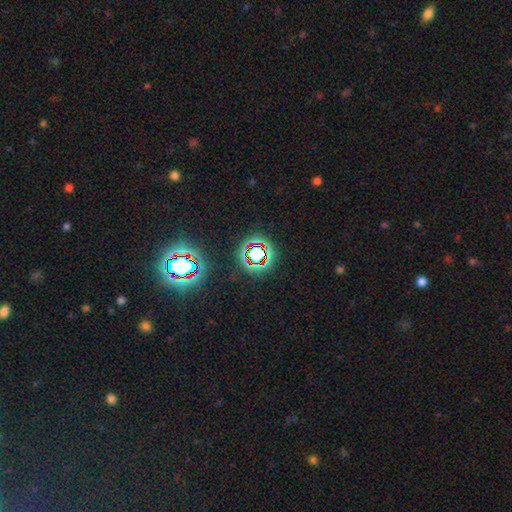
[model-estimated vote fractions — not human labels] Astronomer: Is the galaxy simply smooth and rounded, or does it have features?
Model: star or artifact — 70%.